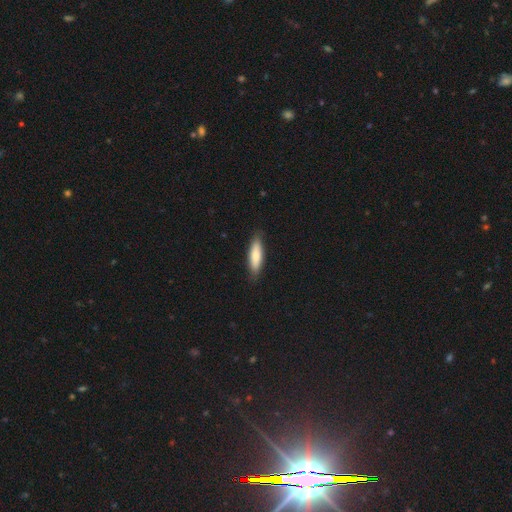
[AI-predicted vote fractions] Smooth or featured: smooth — 77% (featured or disk — 17%)
How rounded: cigar-shaped — 58% (in between — 41%)
Merging: none — 86% (minor disturbance — 11%)